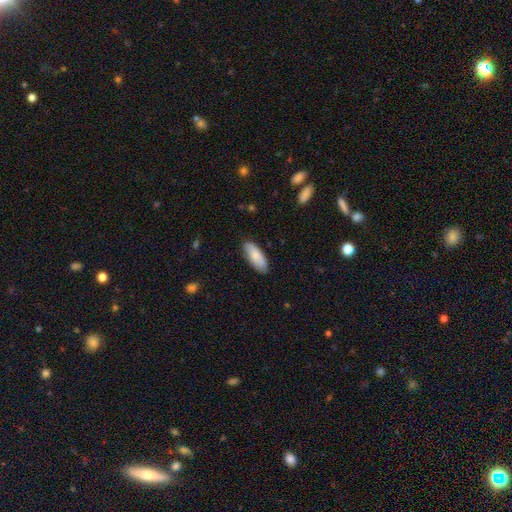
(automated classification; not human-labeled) Overall: smooth (82%). How rounded: in between (76%). Merging: none (85%).